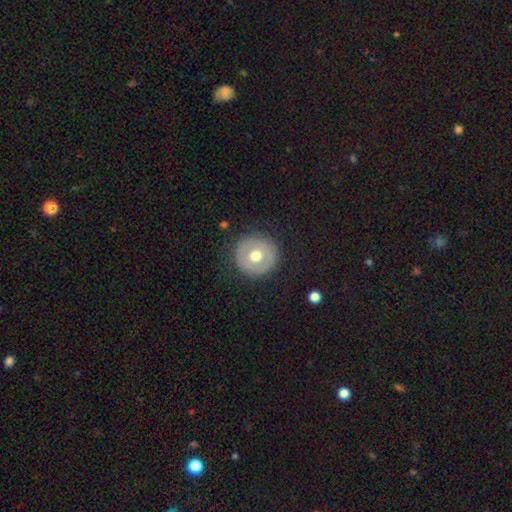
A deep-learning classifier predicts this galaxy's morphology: This is possibly a smooth galaxy (56%). How rounded: clearly round (94%). Merging: clearly none (87%).